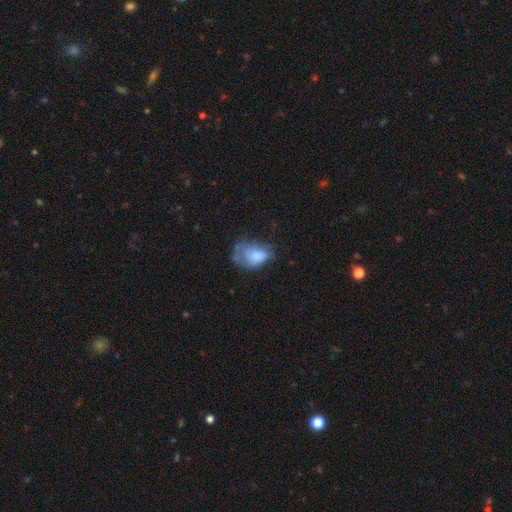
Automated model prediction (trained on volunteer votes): Overall: smooth (66%). How rounded: in between (82%). Merging: minor disturbance (33%; major disturbance 32%).